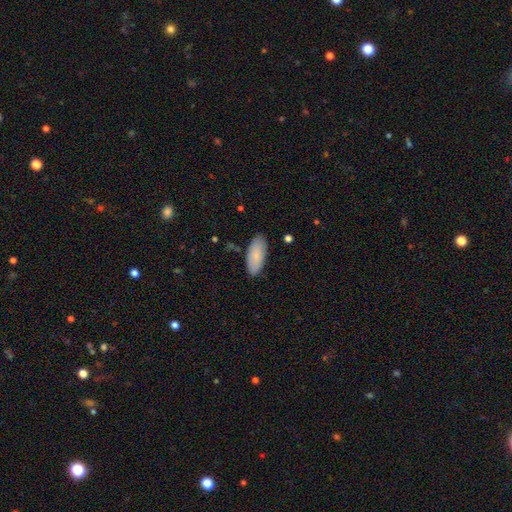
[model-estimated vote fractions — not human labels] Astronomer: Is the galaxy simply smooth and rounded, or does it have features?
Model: smooth — 84%.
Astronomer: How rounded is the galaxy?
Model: in between — 85%.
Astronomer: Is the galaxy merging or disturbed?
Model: none — 85%.